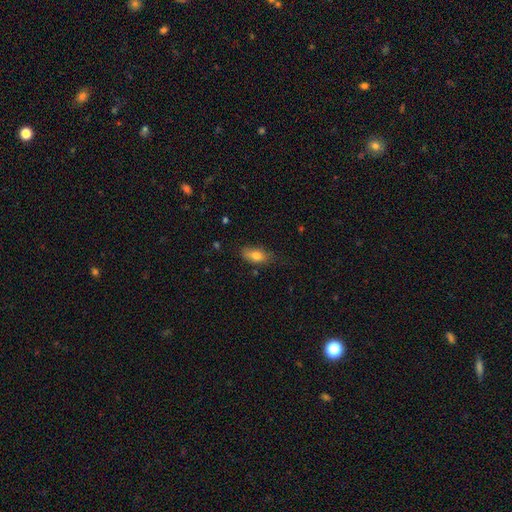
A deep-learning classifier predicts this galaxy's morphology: smooth_or_featured: smooth (p=0.77) [alt: featured or disk p=0.15]
how_rounded: in between (p=0.84) [alt: cigar-shaped p=0.10]
merging: none (p=0.71) [alt: minor disturbance p=0.23]